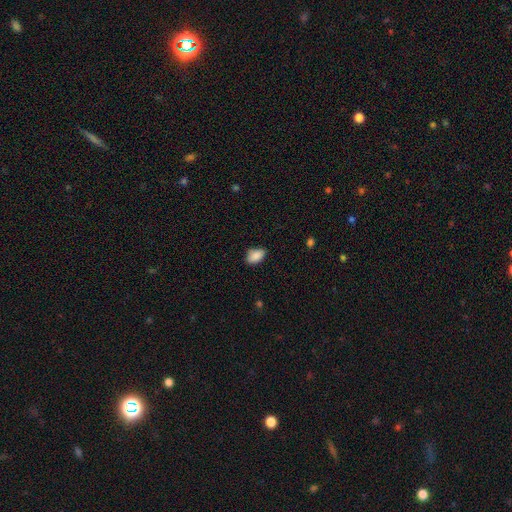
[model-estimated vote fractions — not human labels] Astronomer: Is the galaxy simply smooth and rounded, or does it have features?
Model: smooth — 88%.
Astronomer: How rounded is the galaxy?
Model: in between — 88%.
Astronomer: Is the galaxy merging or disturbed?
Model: none — 77%.